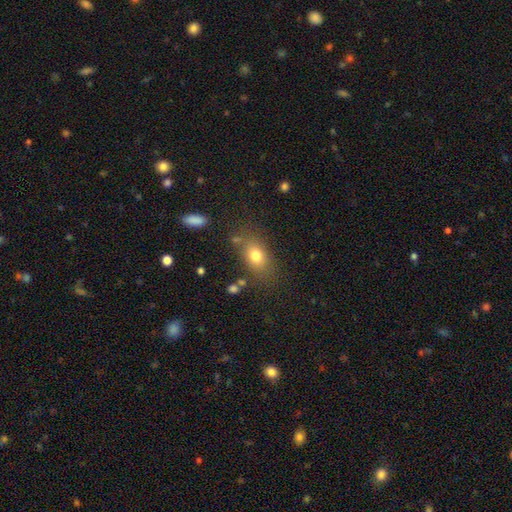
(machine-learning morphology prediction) This is likely a smooth galaxy (77%). How rounded: likely in between (76%). Merging: likely none (73%).